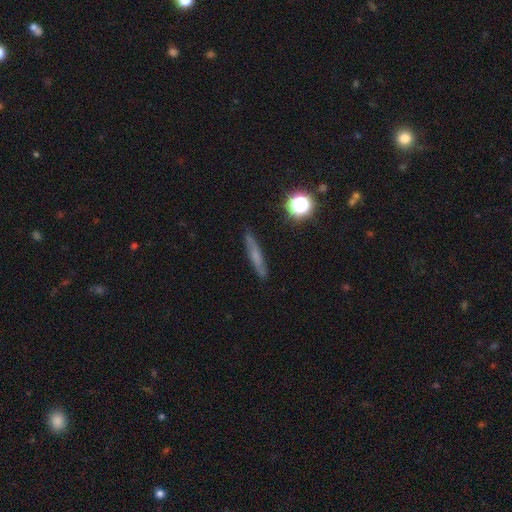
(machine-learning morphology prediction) This is possibly a smooth galaxy (52%). How rounded: clearly cigar-shaped (87%). Merging: clearly none (86%).